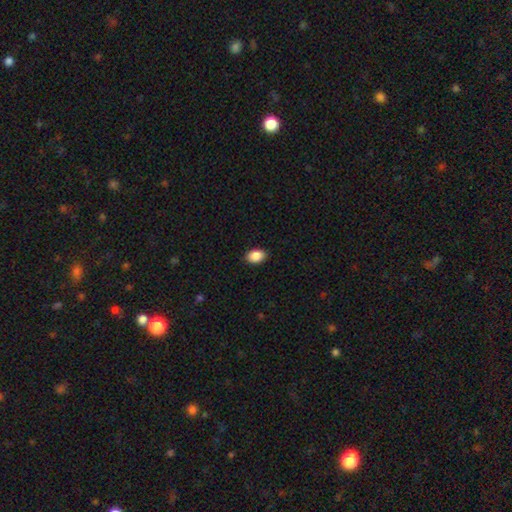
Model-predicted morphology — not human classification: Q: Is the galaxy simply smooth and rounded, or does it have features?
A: smooth — 89%.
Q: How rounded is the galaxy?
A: in between — 83%.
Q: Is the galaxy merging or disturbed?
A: none — 89%.